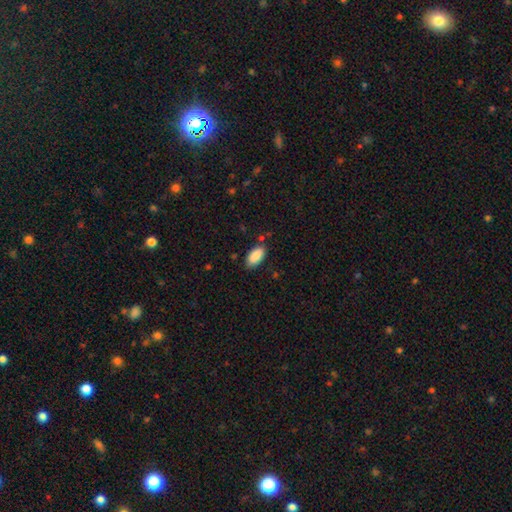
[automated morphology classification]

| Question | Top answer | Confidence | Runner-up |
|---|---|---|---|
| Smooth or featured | smooth | 89% | star or artifact (7%) |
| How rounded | in between | 93% | cigar-shaped (5%) |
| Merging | none | 80% | minor disturbance (14%) |